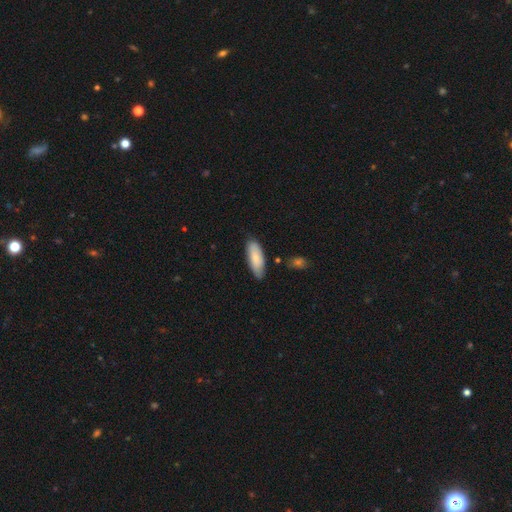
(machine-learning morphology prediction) Smooth or featured?
  - smooth: 79% *
  - featured or disk: 16%
  - star or artifact: 6%
How rounded?
  - in between: 74% *
  - cigar-shaped: 24%
  - round: 2%
Merging?
  - none: 75% *
  - minor disturbance: 19%
  - major disturbance: 3%
  - merger: 3%